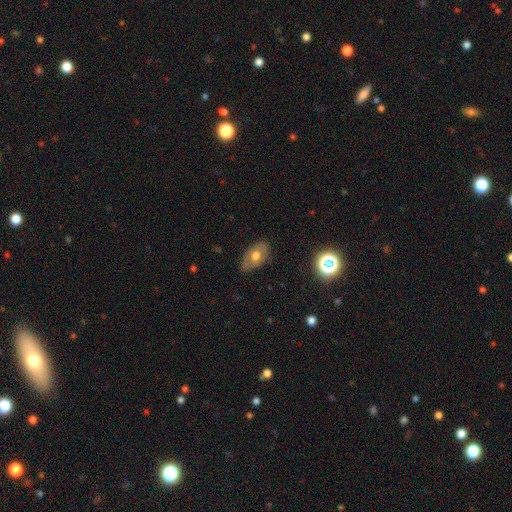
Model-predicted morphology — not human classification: A smooth galaxy with no disk features (54%) that is in between round and cigar-shaped (84%). Merging: none (69%).